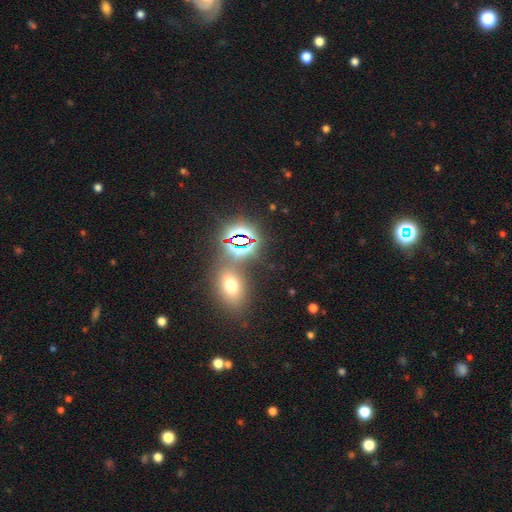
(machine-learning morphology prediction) This is possibly a star or artifact rather than a galaxy (46%).